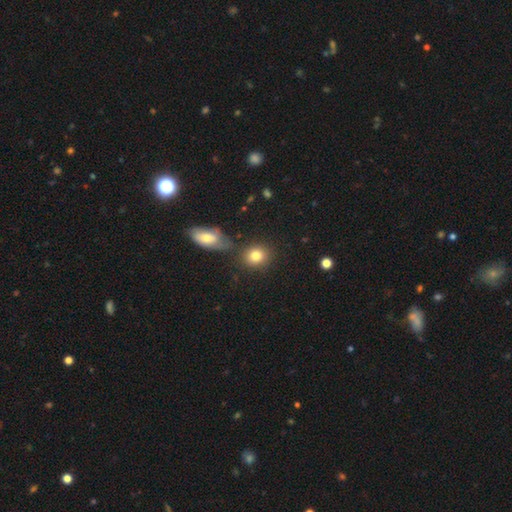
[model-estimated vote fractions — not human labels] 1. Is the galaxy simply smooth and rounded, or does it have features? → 82% smooth, 10% star or artifact, 8% featured or disk.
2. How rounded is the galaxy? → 70% round, 28% in between, 1% cigar-shaped.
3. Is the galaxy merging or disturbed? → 74% none, 12% merger, 11% minor disturbance, 4% major disturbance.